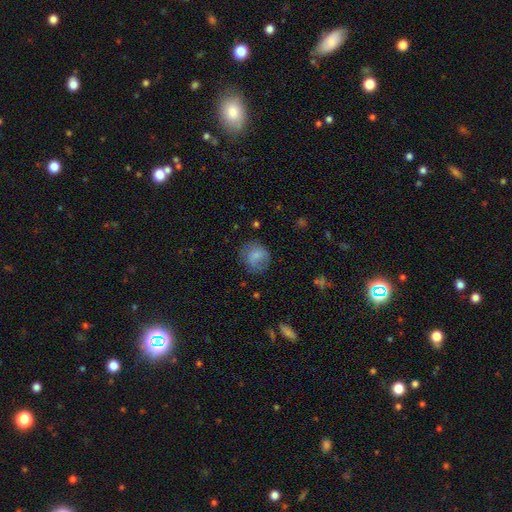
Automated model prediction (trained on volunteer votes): The model was most divided on "merging": none: 63%, minor disturbance: 23%, major disturbance: 12%, merger: 2%. More confident: how rounded — round (78%); smooth or featured — smooth (75%).